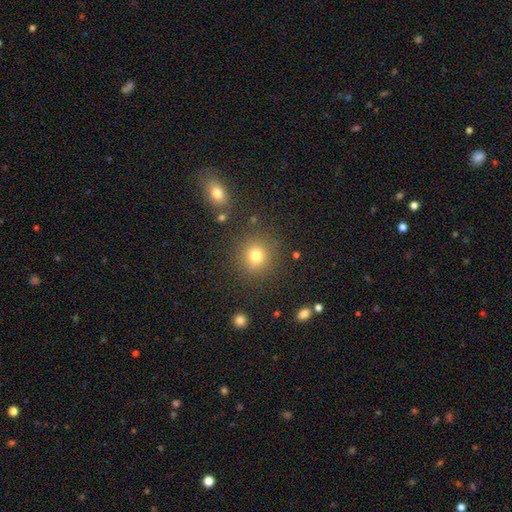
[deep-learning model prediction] Smooth or featured?
  - smooth: 77% *
  - star or artifact: 15%
  - featured or disk: 8%
How rounded?
  - round: 90% *
  - in between: 9%
  - cigar-shaped: 1%
Merging?
  - none: 86% *
  - minor disturbance: 8%
  - major disturbance: 3%
  - merger: 3%